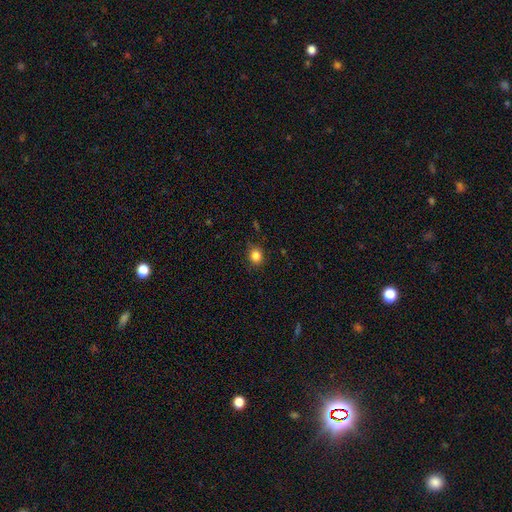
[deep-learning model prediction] The model was most divided on "how rounded": round: 75%, in between: 24%, cigar-shaped: 1%. More confident: merging — none (84%); smooth or featured — smooth (84%).